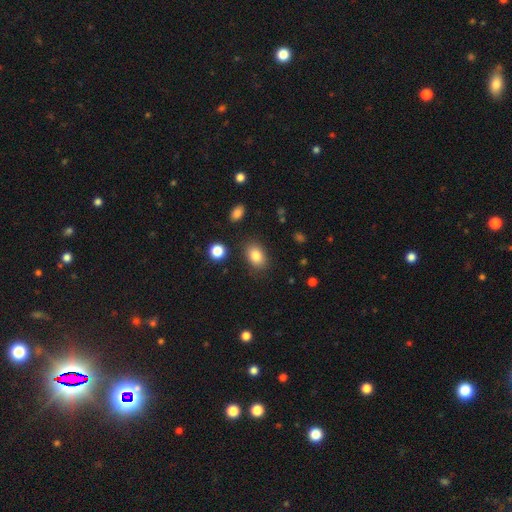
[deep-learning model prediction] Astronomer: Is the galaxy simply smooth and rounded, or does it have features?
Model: smooth — 83%.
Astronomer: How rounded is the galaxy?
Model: in between — 81%.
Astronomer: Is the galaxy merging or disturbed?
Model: none — 84%.